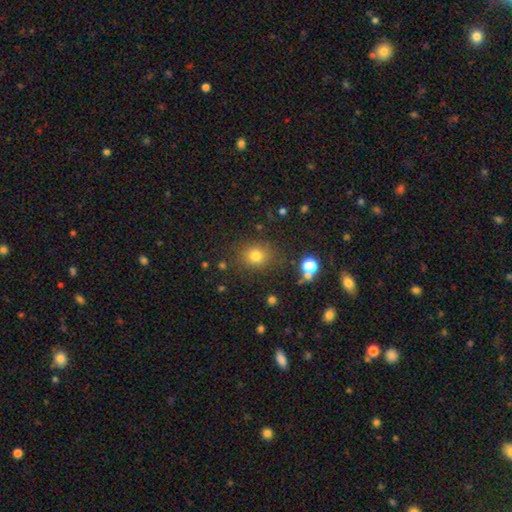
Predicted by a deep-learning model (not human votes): This appears to be a smooth galaxy with no disk features (77%) that is round (72%). Merging: none (82%).